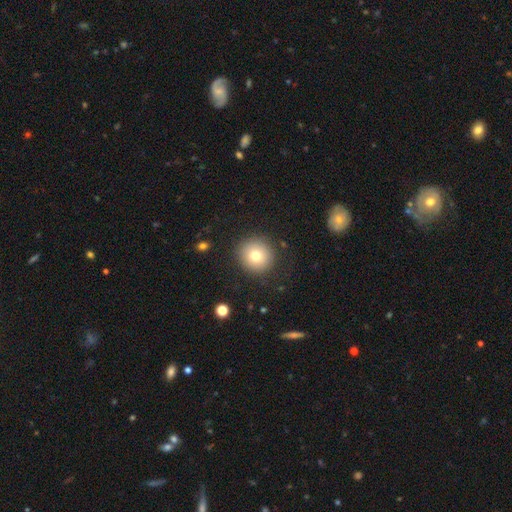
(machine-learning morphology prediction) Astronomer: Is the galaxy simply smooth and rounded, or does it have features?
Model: smooth — 76%.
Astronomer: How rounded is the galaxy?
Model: round — 94%.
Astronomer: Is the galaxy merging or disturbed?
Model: none — 89%.